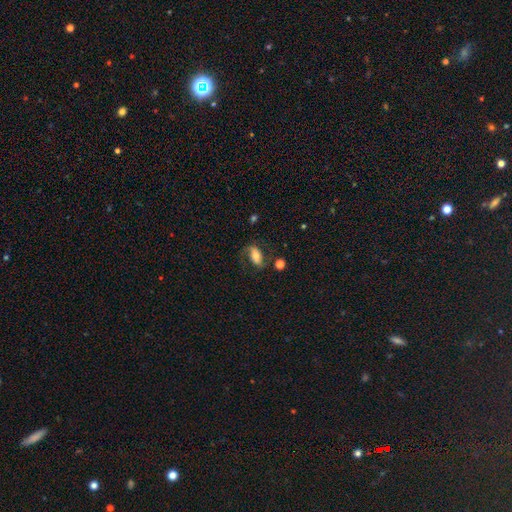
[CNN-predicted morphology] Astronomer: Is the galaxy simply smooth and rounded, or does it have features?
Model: featured or disk — 51% (runner-up: smooth, 40%).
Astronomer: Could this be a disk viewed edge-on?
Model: no — 92%.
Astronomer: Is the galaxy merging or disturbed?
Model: none — 62%.